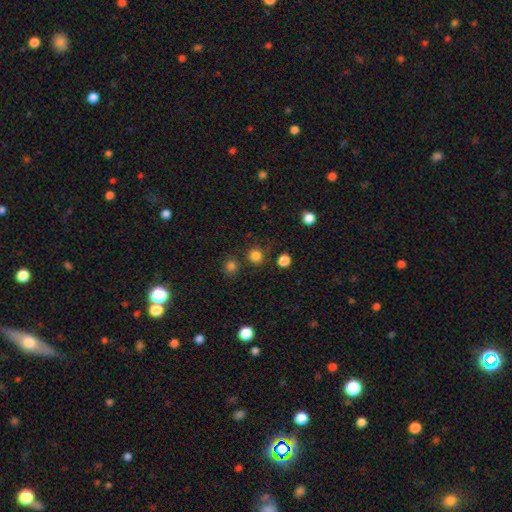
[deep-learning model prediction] Smooth or featured?
  - smooth: 81% *
  - star or artifact: 16%
  - featured or disk: 4%
How rounded?
  - round: 93% *
  - in between: 6%
  - cigar-shaped: 1%
Merging?
  - none: 82% *
  - minor disturbance: 8%
  - merger: 7%
  - major disturbance: 3%